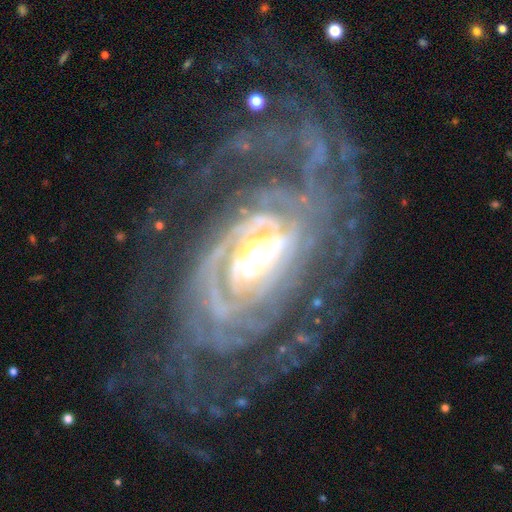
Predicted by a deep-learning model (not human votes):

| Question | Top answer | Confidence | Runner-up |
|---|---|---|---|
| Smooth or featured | featured or disk | 90% | star or artifact (6%) |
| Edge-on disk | no | 95% | yes (5%) |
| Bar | no | 43% | weak (33%) |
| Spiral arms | yes | 97% | no (3%) |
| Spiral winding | tight | 72% | medium (22%) |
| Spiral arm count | can't tell | 31% | 2 (18%) |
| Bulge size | moderate | 47% | small (41%) |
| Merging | none | 58% | major disturbance (21%) |